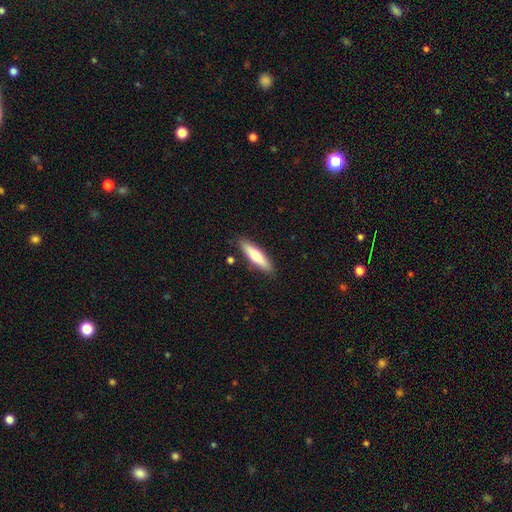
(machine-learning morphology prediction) type=smooth (61%); roundness=cigar-shaped (72%); merging=none (87%).